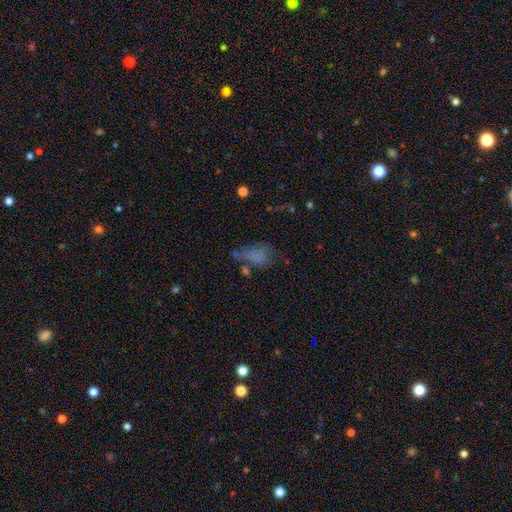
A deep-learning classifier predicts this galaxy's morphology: smooth 63%, featured or disk 19%, star or artifact 18%. Down the decision tree: how rounded — in between (80%); merging — none (36%).